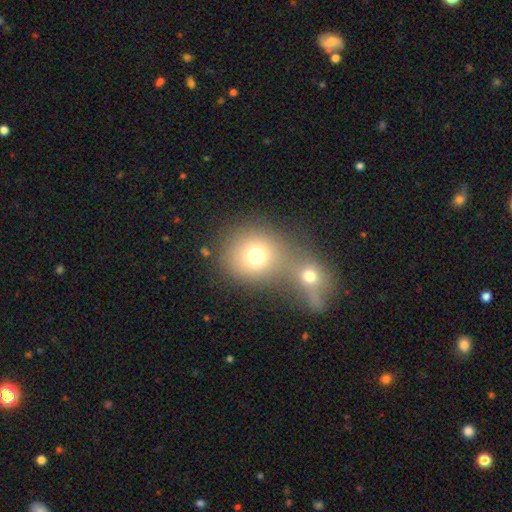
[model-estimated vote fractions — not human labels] Morphology: type=smooth (72%); roundness=round (80%); merging=merger (59%).